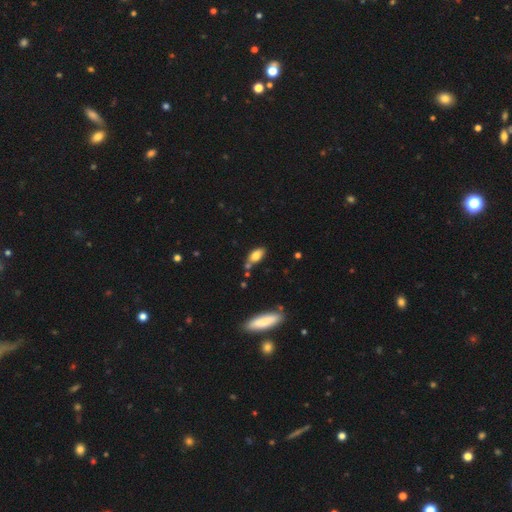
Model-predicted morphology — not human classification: smooth-or-featured: smooth: 81% | featured or disk: 11% | star or artifact: 8%
  how-rounded: in between: 87% | cigar-shaped: 8% | round: 5%
  merging: none: 64% | minor disturbance: 19% | merger: 13% | major disturbance: 4%